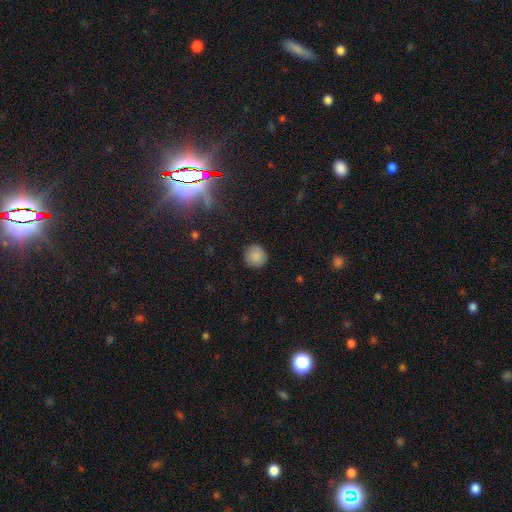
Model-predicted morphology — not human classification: A smooth galaxy with no disk features (86%) that is round (93%).

Vote fractions:
- Smooth or featured? smooth: 86% / star or artifact: 10% / featured or disk: 4%
- How rounded? round: 93% / in between: 6% / cigar-shaped: 1%
- Merging? none: 90% / minor disturbance: 7% / major disturbance: 2% / merger: 1%